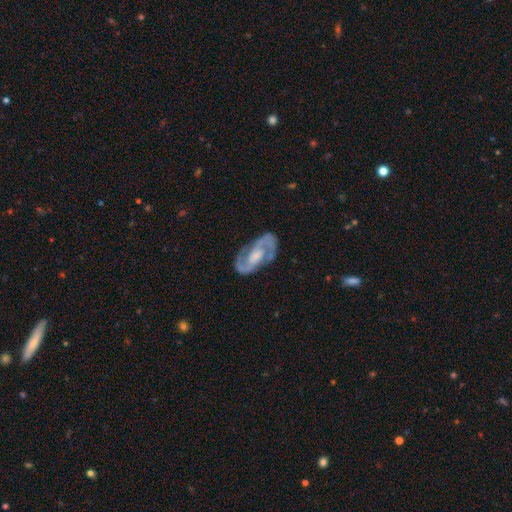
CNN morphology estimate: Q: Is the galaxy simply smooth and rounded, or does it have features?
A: featured or disk — 89%.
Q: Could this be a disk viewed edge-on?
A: no — 97%.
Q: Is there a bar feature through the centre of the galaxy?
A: weak — 43%.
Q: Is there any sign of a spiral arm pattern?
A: yes — 97%.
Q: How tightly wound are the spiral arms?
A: medium — 57%.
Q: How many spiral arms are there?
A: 2 — 93%.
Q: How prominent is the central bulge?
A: moderate — 45%.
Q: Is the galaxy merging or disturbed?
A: none — 81%.